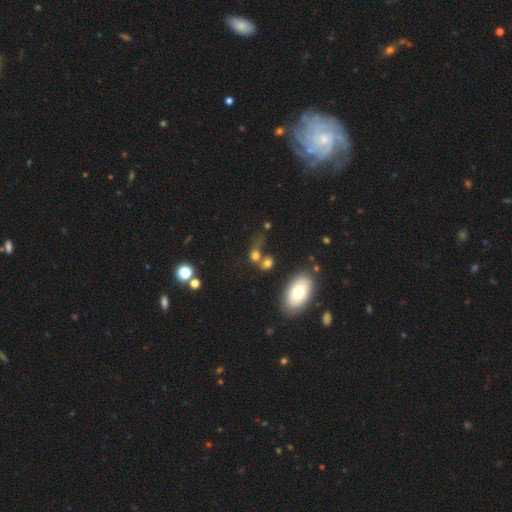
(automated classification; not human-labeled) Overall: smooth (69%). How rounded: round (54%; in between 42%). Merging: none (39%; merger 33%).